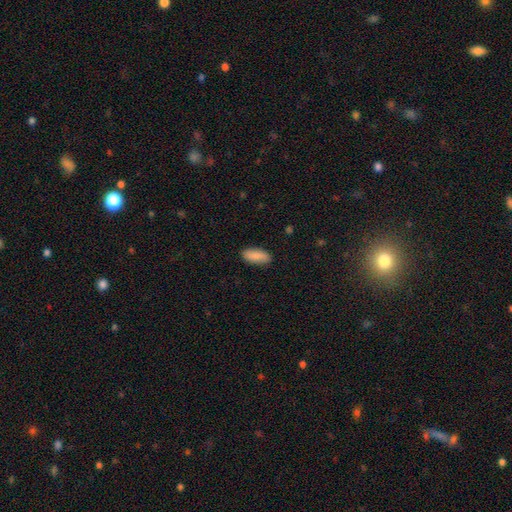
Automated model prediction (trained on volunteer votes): Smooth or featured: smooth — 89% (star or artifact — 6%)
How rounded: in between — 82% (cigar-shaped — 16%)
Merging: none — 88% (minor disturbance — 9%)